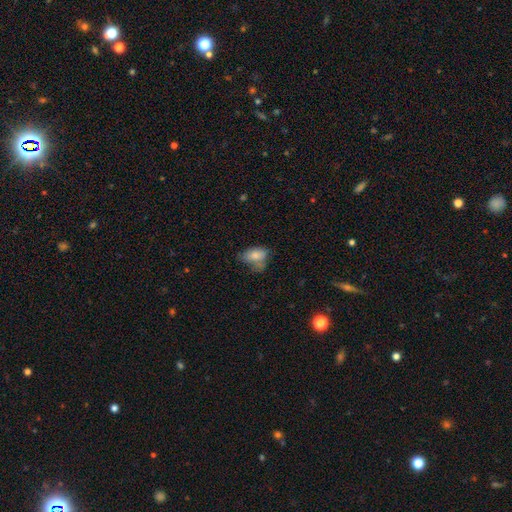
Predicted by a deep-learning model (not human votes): The model was most divided on "merging": none: 38%, minor disturbance: 32%, major disturbance: 18%, merger: 12%. More confident: how rounded — in between (86%); smooth or featured — smooth (75%).